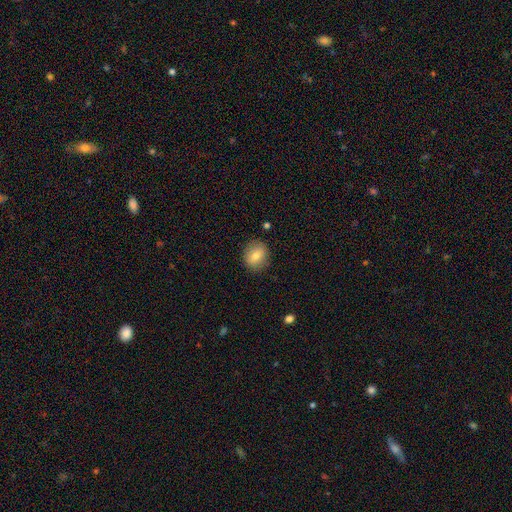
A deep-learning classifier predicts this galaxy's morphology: Smooth or featured: smooth — 77% (featured or disk — 15%)
How rounded: round — 66% (in between — 33%)
Merging: none — 87% (minor disturbance — 9%)